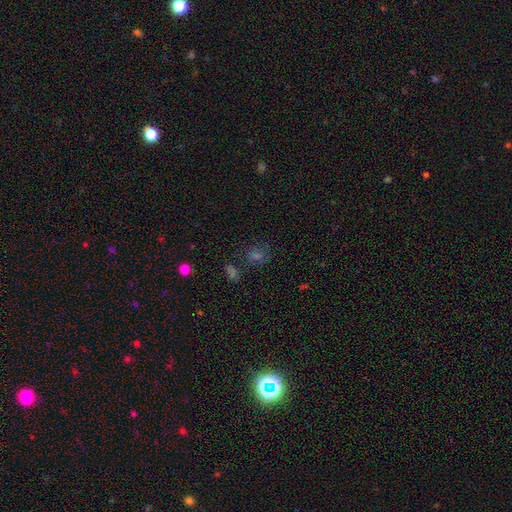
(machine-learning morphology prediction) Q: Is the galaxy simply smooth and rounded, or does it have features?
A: smooth — 44%.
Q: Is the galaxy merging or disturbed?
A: none — 71%.